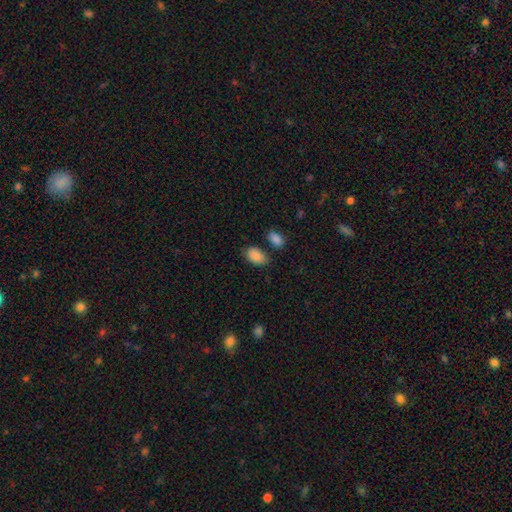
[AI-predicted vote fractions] Smooth or featured: smooth — 88% (star or artifact — 8%)
How rounded: in between — 92% (round — 7%)
Merging: none — 68% (minor disturbance — 18%)